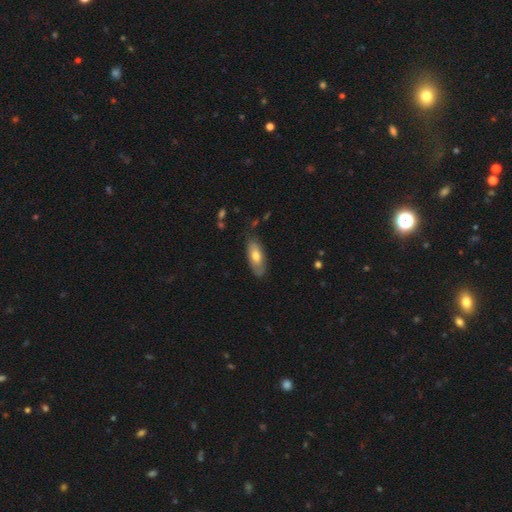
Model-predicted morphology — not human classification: smooth 65%, featured or disk 29%, star or artifact 6%. Down the decision tree: how rounded — in between (78%); merging — none (76%).